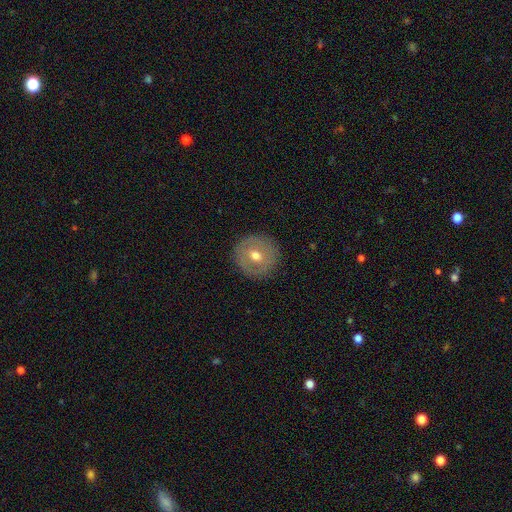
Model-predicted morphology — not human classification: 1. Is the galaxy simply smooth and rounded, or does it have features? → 48% smooth, 43% featured or disk, 8% star or artifact.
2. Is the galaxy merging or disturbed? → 90% none, 7% minor disturbance, 2% major disturbance, 1% merger.